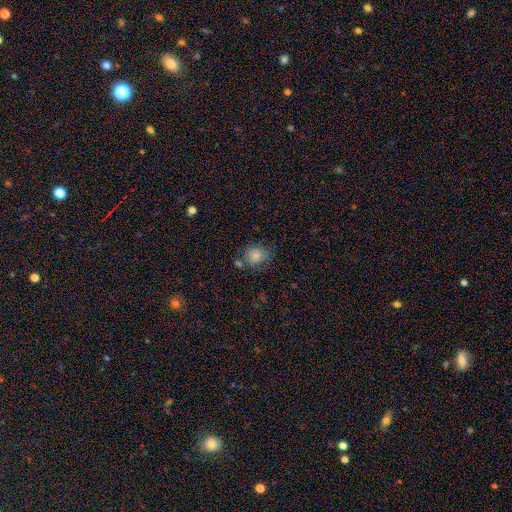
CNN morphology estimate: Smooth or featured? smooth (80%)
How rounded? round (70%)
Merging? none (59%)